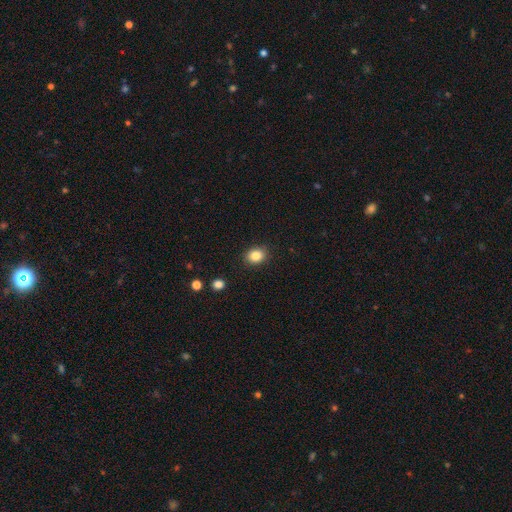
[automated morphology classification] Q: Smooth or featured?
A: smooth (85%); runner-up: star or artifact (10%)
Q: How rounded?
A: round (52%); runner-up: in between (47%)
Q: Merging?
A: none (88%); runner-up: minor disturbance (8%)